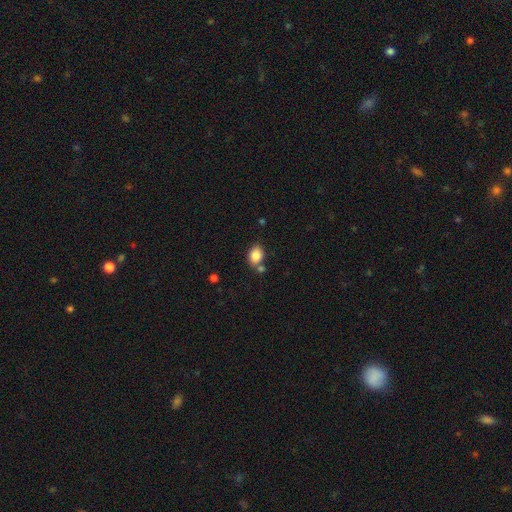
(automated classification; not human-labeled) A smooth galaxy with no disk features (85%) that is in between round and cigar-shaped (63%).

Vote fractions:
- Smooth or featured? smooth: 85% / star or artifact: 9% / featured or disk: 6%
- How rounded? in between: 63% / round: 36% / cigar-shaped: 1%
- Merging? none: 65% / merger: 17% / minor disturbance: 14% / major disturbance: 4%